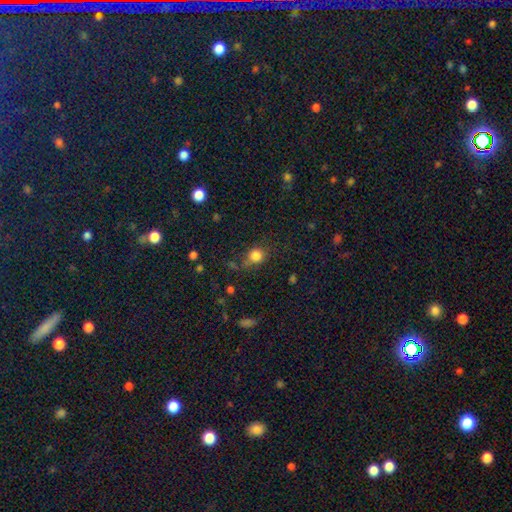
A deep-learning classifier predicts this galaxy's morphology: A smooth galaxy with no disk features (81%) that is round (77%). Merging: none (64%).